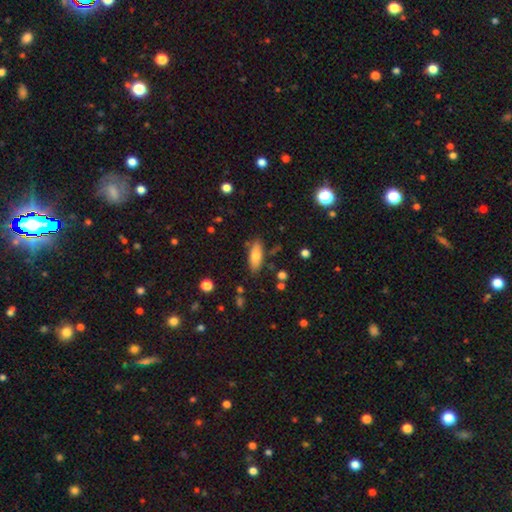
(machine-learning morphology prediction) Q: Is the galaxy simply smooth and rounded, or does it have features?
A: smooth — 74%.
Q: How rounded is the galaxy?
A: in between — 70%.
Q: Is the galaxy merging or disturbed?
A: none — 81%.